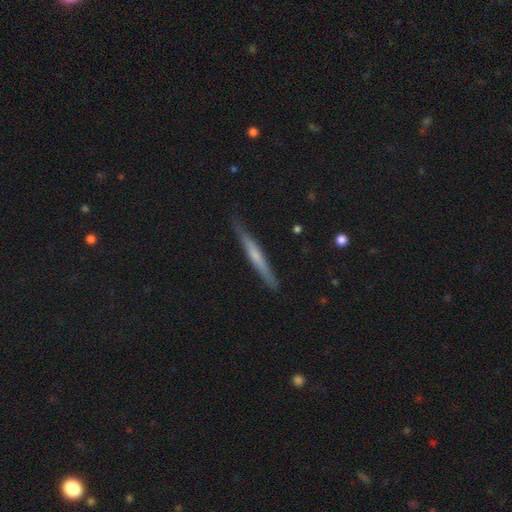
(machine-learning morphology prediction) featured or disk 54%, smooth 41%, star or artifact 6%. Down the decision tree: edge-on disk — yes (96%); edge-on bulge — none (52%); merging — none (86%).